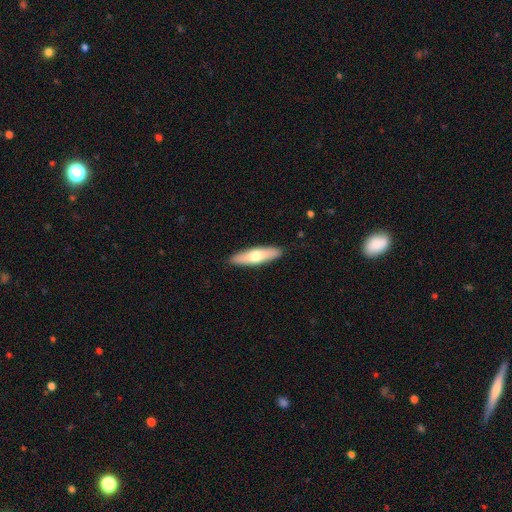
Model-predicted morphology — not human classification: A smooth galaxy with no disk features (61%) that is cigar-shaped (61%). Merging: none (90%).